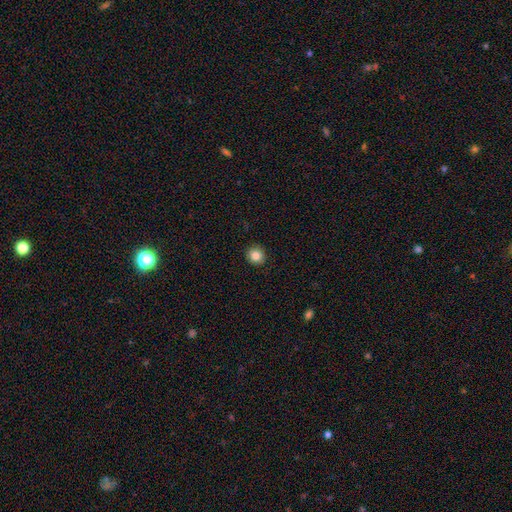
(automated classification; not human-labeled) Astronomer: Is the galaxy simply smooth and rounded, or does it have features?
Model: smooth — 85%.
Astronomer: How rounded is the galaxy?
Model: round — 90%.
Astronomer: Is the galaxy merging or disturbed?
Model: none — 91%.